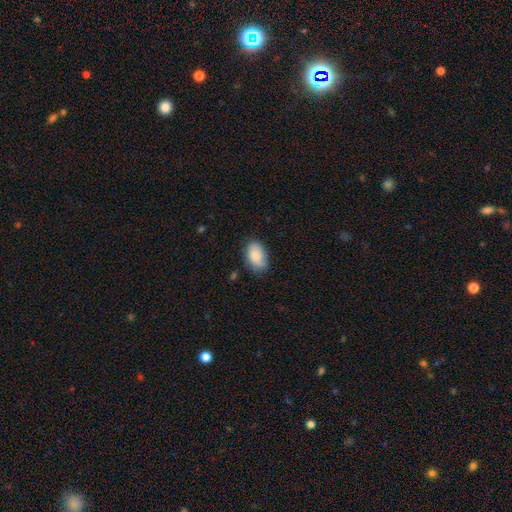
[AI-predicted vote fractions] Overall: smooth (84%). How rounded: in between (92%). Merging: none (75%).